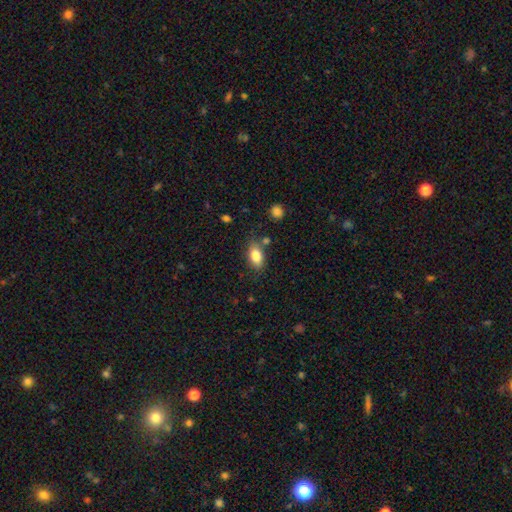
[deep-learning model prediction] Overall: smooth (82%). How rounded: in between (88%). Merging: none (75%).